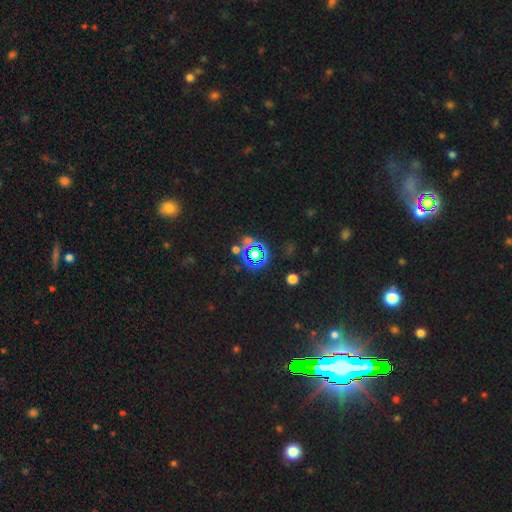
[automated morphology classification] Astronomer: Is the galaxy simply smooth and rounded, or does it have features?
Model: star or artifact — 65%.